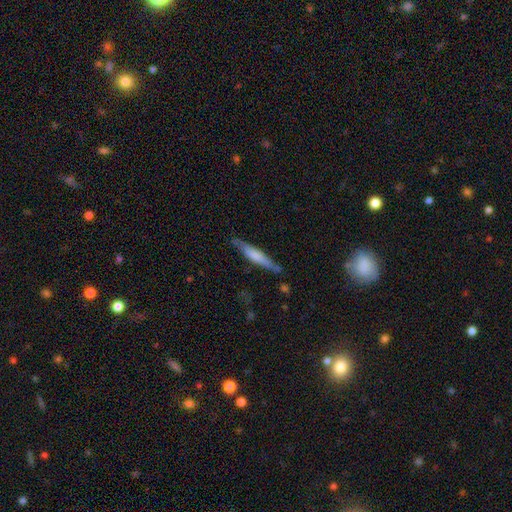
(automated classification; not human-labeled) This appears to be a smooth galaxy with no disk features (53%) that is cigar-shaped (91%). Merging: none (78%).